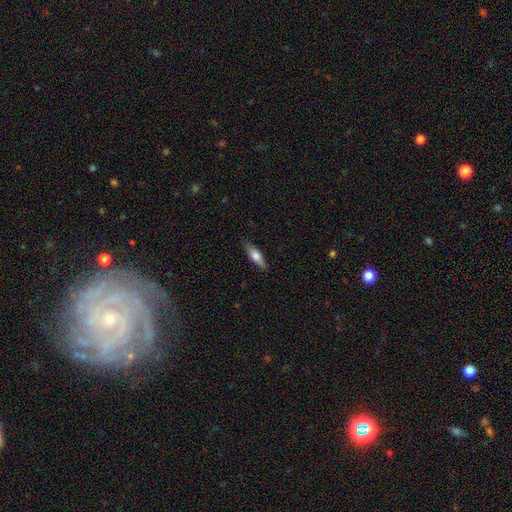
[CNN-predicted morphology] This is likely a smooth galaxy (63%). How rounded: possibly cigar-shaped (50%). Merging: clearly none (85%).